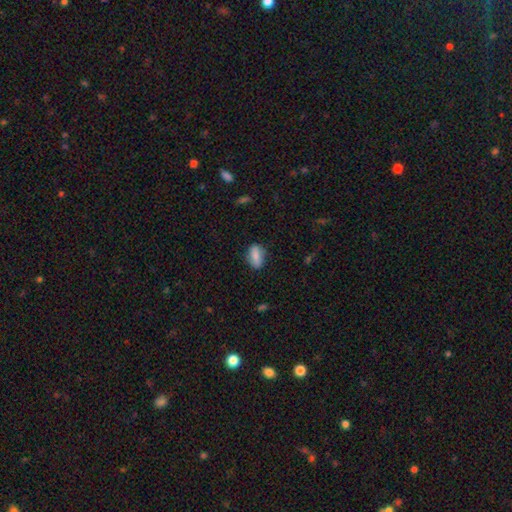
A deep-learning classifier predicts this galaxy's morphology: Smooth or featured: smooth — 81% (featured or disk — 12%)
How rounded: in between — 86% (round — 8%)
Merging: none — 77% (minor disturbance — 17%)